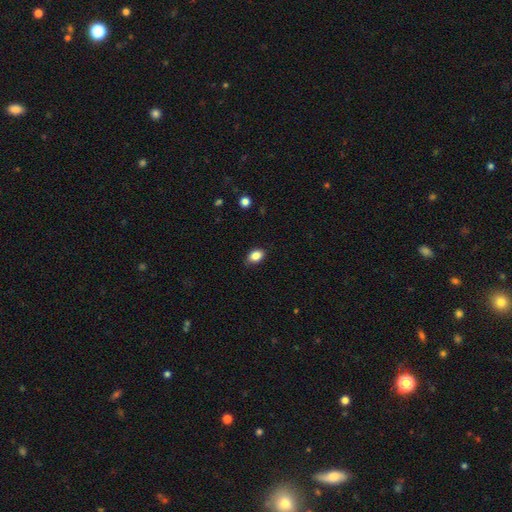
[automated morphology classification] Smooth or featured: smooth — 86% (star or artifact — 9%)
How rounded: in between — 81% (round — 17%)
Merging: none — 82% (minor disturbance — 14%)